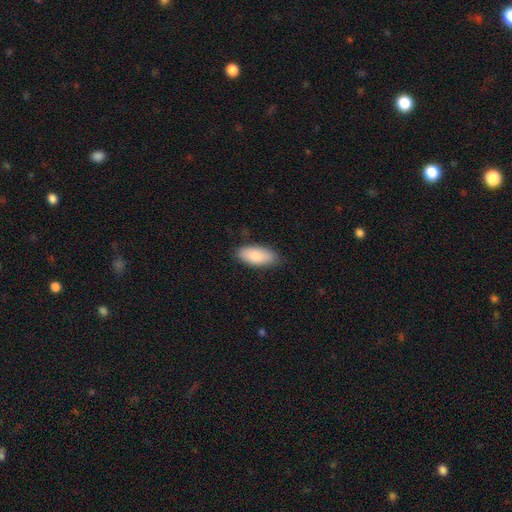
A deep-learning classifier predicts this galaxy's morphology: Overall: smooth (86%). How rounded: in between (89%). Merging: none (82%).